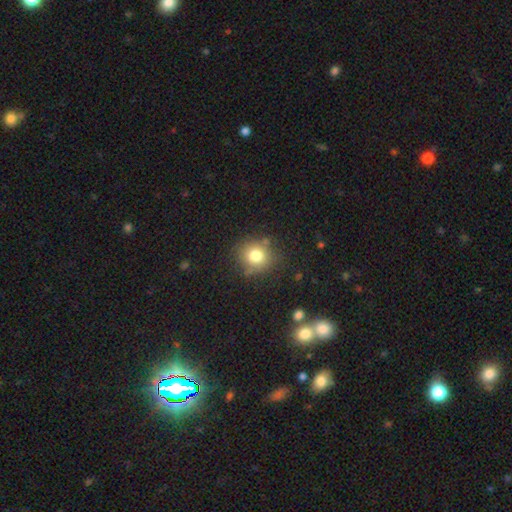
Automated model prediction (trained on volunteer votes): Overall: smooth (79%). How rounded: round (84%). Merging: none (80%).